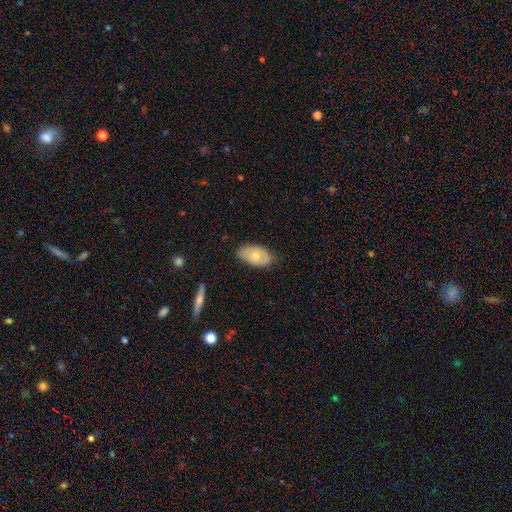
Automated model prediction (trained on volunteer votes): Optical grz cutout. It shows a smooth galaxy with no disk features (59%) that is in between round and cigar-shaped (92%). Merging: none (73%).